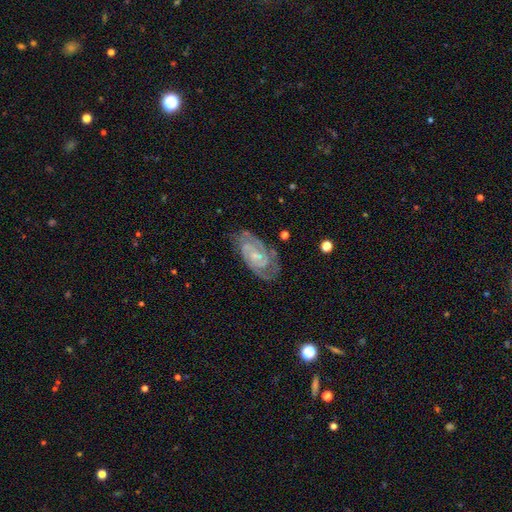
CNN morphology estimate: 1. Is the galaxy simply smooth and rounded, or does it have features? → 88% featured or disk, 7% smooth, 5% star or artifact.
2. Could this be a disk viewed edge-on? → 96% no, 4% yes.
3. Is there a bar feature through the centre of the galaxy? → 45% no, 43% weak, 12% strong.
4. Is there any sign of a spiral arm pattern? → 97% yes, 3% no.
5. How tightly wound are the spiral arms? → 61% tight, 34% medium, 5% loose.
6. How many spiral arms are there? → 76% 2, 9% 3, 8% can't tell, 2% 4, 2% 1, 2% more than 4.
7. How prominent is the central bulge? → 66% small, 21% moderate, 11% none, 1% large, 1% dominant.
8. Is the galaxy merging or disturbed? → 75% none, 17% minor disturbance, 6% major disturbance, 2% merger.